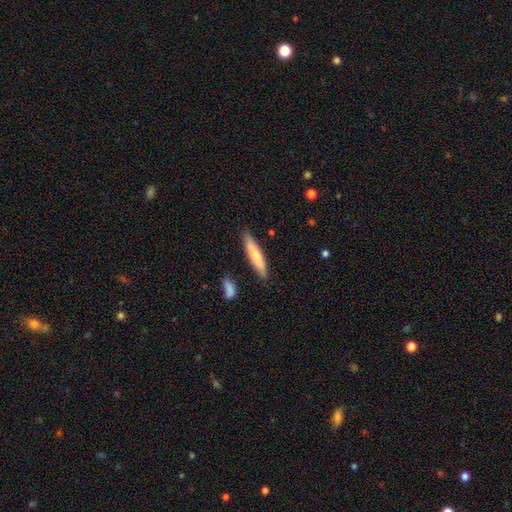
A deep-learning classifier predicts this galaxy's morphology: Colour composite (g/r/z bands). It shows a smooth galaxy with no disk features (72%) that is cigar-shaped (88%). Merging: none (86%).